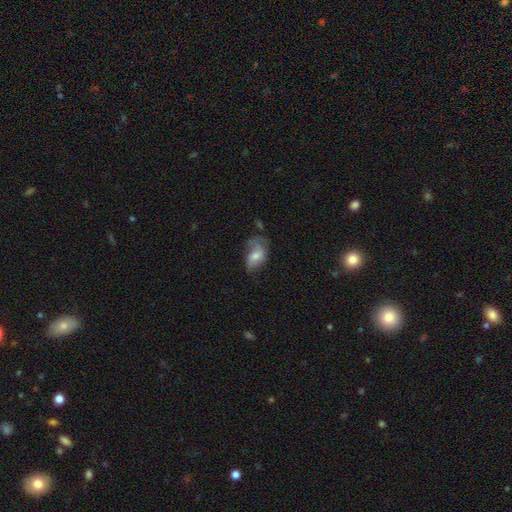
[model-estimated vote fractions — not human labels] Morphology: type=smooth (54%); roundness=in between (87%); merging=none (33%).